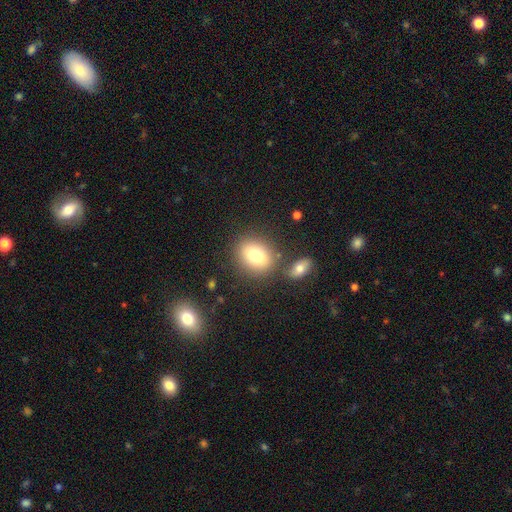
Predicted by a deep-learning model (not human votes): smooth_or_featured: smooth (p=0.78) [alt: featured or disk p=0.12]
how_rounded: round (p=0.56) [alt: in between p=0.43]
merging: none (p=0.74) [alt: merger p=0.11]